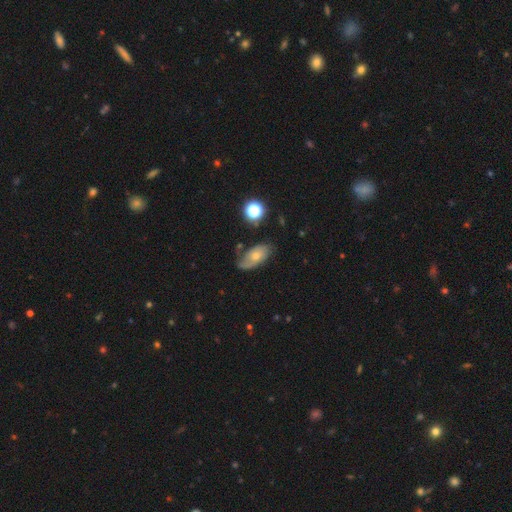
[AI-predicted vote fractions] Smooth or featured: featured or disk — 51% (smooth — 39%)
Edge-on disk: no — 91% (yes — 9%)
Merging: none — 53% (minor disturbance — 29%)